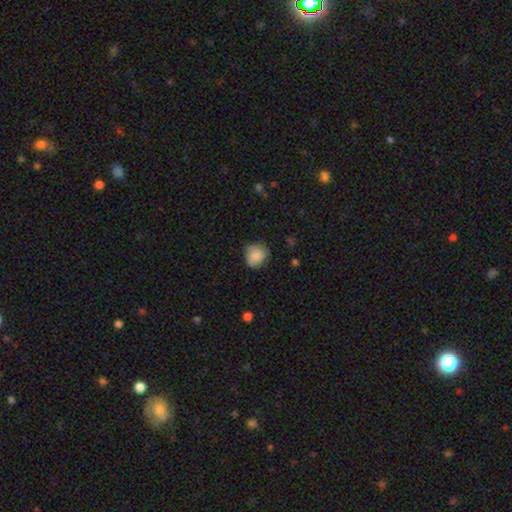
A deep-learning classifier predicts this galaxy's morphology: Smooth or featured? Predicted: smooth (p=0.84). How rounded? Predicted: round (p=0.78). Merging? Predicted: none (p=0.72).